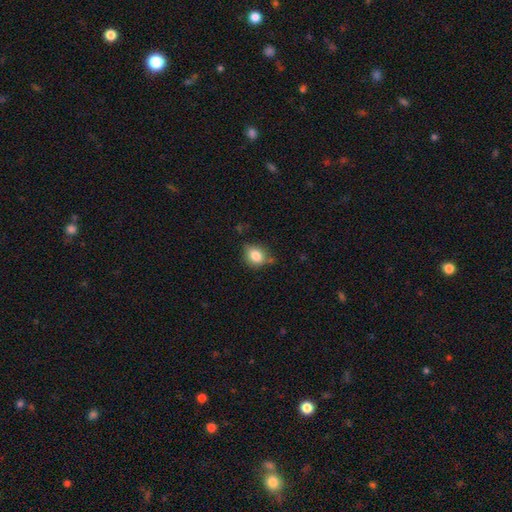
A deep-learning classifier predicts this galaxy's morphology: The model was most divided on "how rounded": round: 58%, in between: 40%, cigar-shaped: 1%. More confident: smooth or featured — smooth (81%); merging — none (68%).